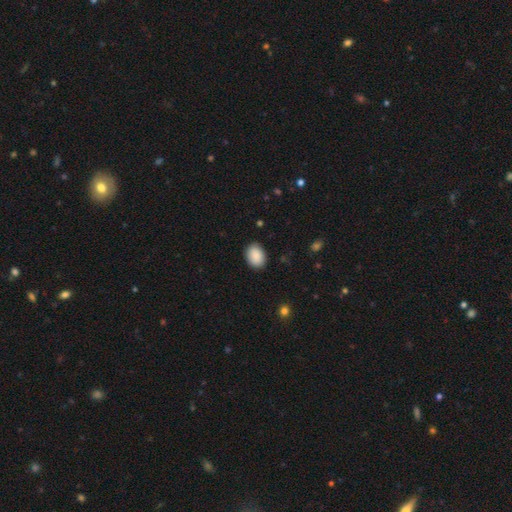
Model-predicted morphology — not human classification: smooth_or_featured: smooth (p=0.90) [alt: star or artifact p=0.07]
how_rounded: in between (p=0.77) [alt: round p=0.22]
merging: none (p=0.88) [alt: minor disturbance p=0.09]